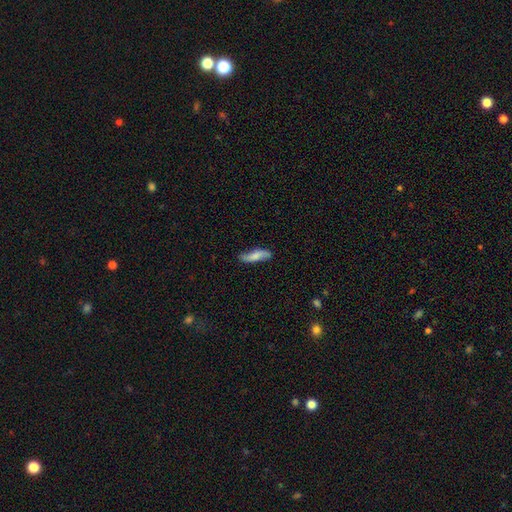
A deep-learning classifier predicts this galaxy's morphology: A smooth galaxy with no disk features (61%) that is cigar-shaped (58%).

Vote fractions:
- Smooth or featured? smooth: 61% / featured or disk: 32% / star or artifact: 6%
- How rounded? cigar-shaped: 58% / in between: 40% / round: 2%
- Merging? none: 75% / minor disturbance: 19% / major disturbance: 4% / merger: 2%